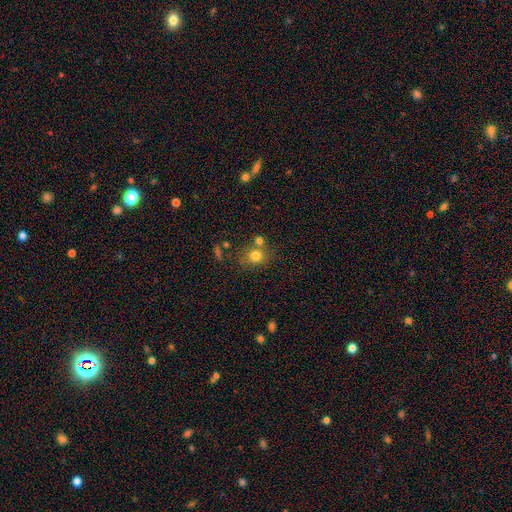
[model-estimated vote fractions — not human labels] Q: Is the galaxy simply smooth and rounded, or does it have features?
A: smooth — 77%.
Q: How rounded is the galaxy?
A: round — 79%.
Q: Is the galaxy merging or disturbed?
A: none — 60%.